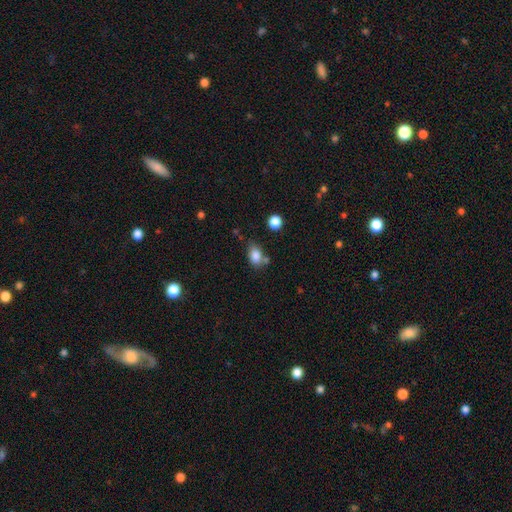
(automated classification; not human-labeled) Smooth or featured? smooth (83%)
How rounded? in between (78%)
Merging? none (55%)